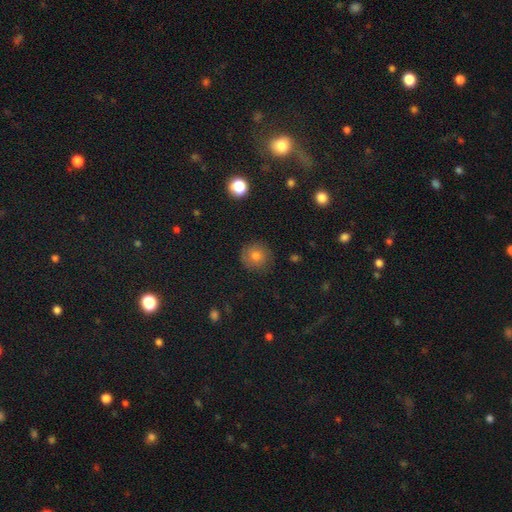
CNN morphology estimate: Q: Smooth or featured?
A: smooth (68%); runner-up: featured or disk (18%)
Q: How rounded?
A: round (93%); runner-up: in between (6%)
Q: Merging?
A: none (85%); runner-up: minor disturbance (10%)